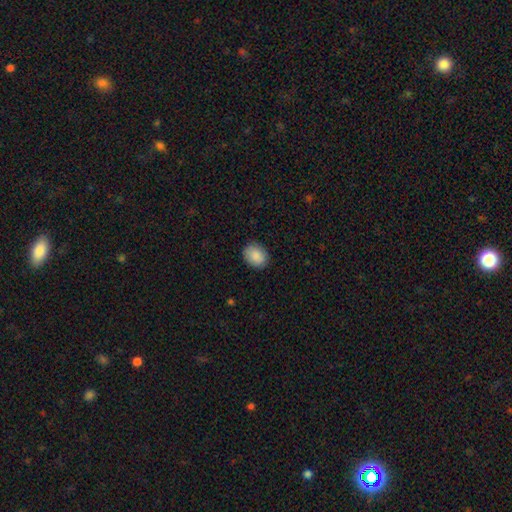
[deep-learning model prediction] smooth-or-featured: smooth: 89% | star or artifact: 7% | featured or disk: 4%
  how-rounded: in between: 59% | round: 40% | cigar-shaped: 1%
  merging: none: 87% | minor disturbance: 9% | major disturbance: 2% | merger: 1%